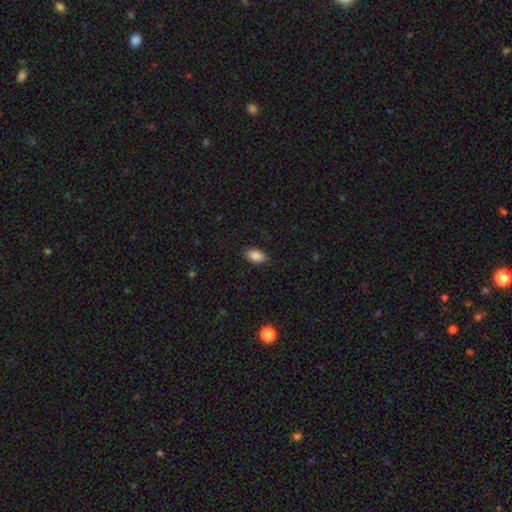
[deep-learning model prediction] smooth 88%, star or artifact 8%, featured or disk 4%. Down the decision tree: how rounded — in between (92%); merging — none (86%).